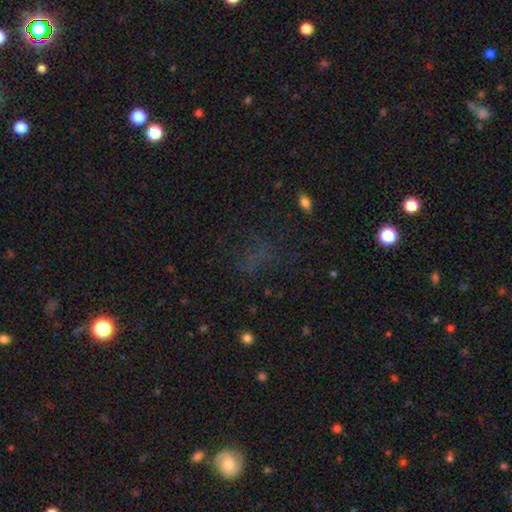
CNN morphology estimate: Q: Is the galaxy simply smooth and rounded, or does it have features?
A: star or artifact — 56%.